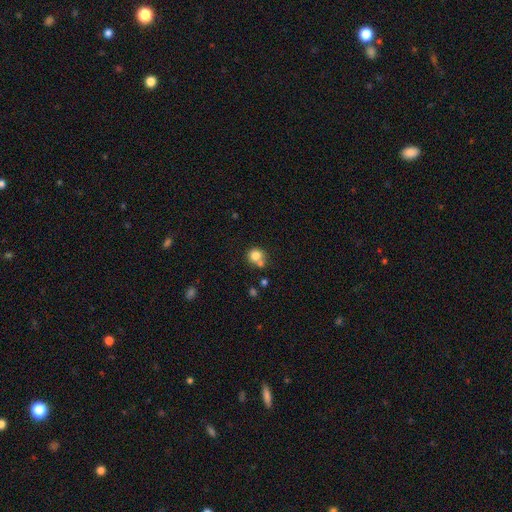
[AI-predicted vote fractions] Overall: smooth (80%). How rounded: round (88%). Merging: none (56%; merger 31%).